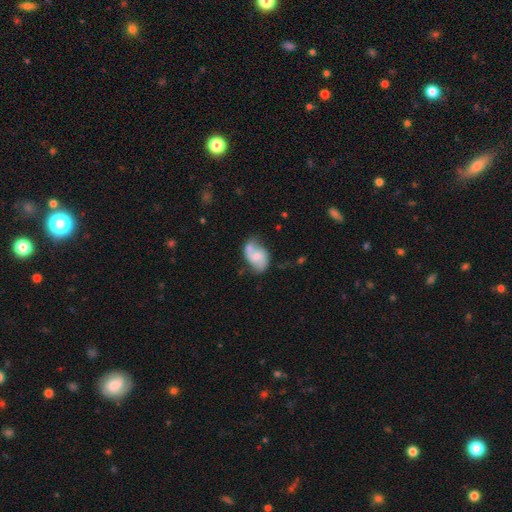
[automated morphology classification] Smooth or featured?
  - featured or disk: 56% *
  - smooth: 37%
  - star or artifact: 7%
Edge-on disk?
  - no: 97% *
  - yes: 3%
Bar?
  - no: 54% *
  - weak: 37%
  - strong: 8%
Spiral arms?
  - yes: 78% *
  - no: 22%
Bulge size?
  - small: 41% * (tied)
  - moderate: 41% * (tied)
  - none: 12%
  - large: 5%
  - dominant: 1%
Merging?
  - none: 43% *
  - merger: 25%
  - minor disturbance: 23%
  - major disturbance: 10%